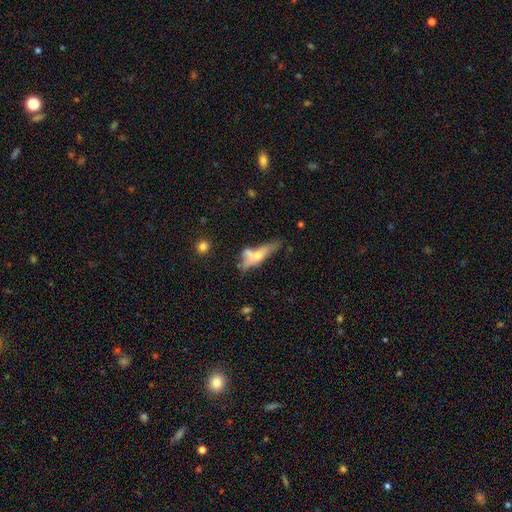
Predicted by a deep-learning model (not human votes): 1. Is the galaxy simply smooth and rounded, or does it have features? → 47% smooth, 43% featured or disk, 10% star or artifact.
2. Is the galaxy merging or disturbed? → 33% none, 31% merger, 19% minor disturbance, 17% major disturbance.